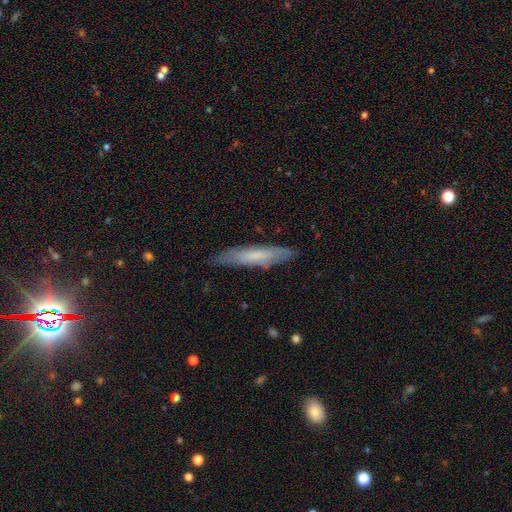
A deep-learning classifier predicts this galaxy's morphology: Overall: smooth (59%; featured or disk 35%). How rounded: cigar-shaped (86%). Merging: none (82%).